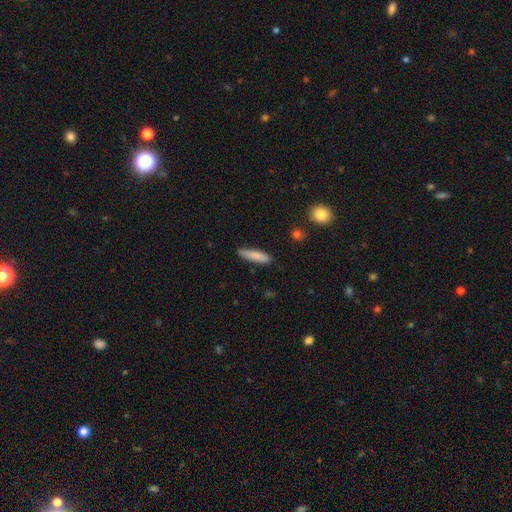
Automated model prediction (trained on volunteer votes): A smooth galaxy with no disk features (83%) that is cigar-shaped (78%).

Vote fractions:
- Smooth or featured? smooth: 83% / featured or disk: 10% / star or artifact: 6%
- How rounded? cigar-shaped: 78% / in between: 21% / round: 1%
- Merging? none: 85% / minor disturbance: 11% / major disturbance: 2% / merger: 1%